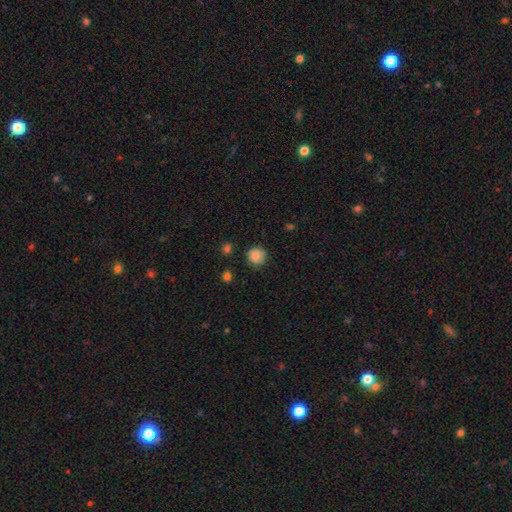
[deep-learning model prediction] This is clearly a smooth galaxy (86%). How rounded: clearly round (92%). Merging: clearly none (83%).